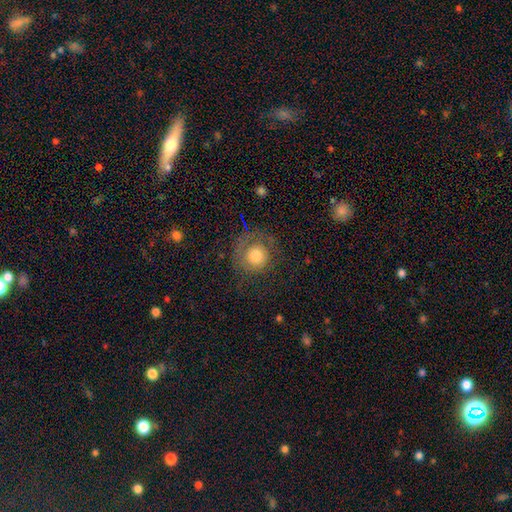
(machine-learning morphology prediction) This is likely a smooth galaxy (61%). How rounded: clearly round (93%). Merging: likely none (64%).